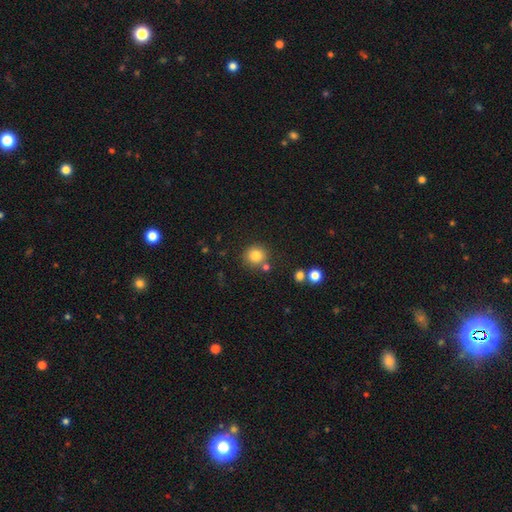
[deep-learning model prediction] Overall: smooth (82%). How rounded: round (91%). Merging: none (79%).